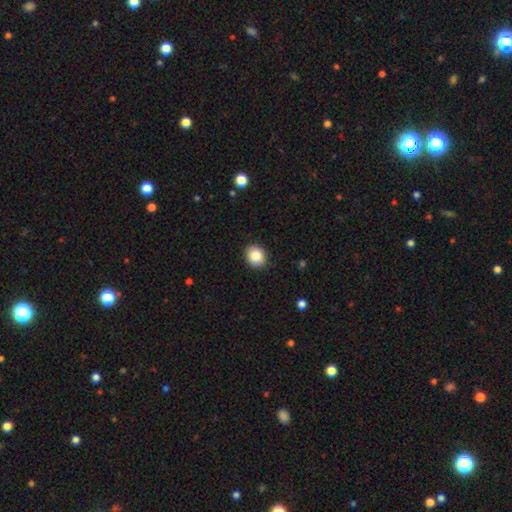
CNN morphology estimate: A smooth galaxy with no disk features (86%) that is round (65%). Merging: none (91%).